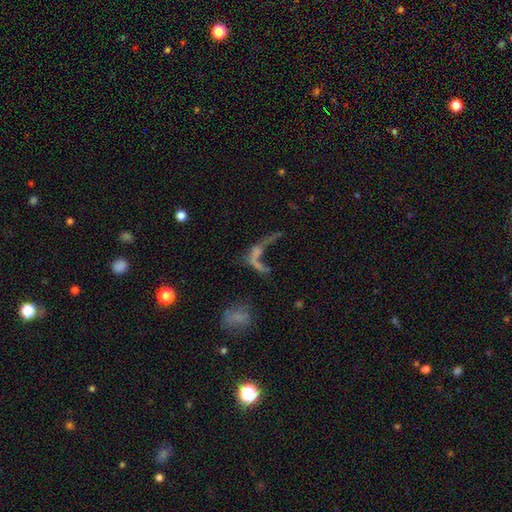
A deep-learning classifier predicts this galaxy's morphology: smooth_or_featured: featured or disk (p=0.40) [alt: smooth p=0.37]
merging: merger (p=0.37) [alt: major disturbance p=0.30]